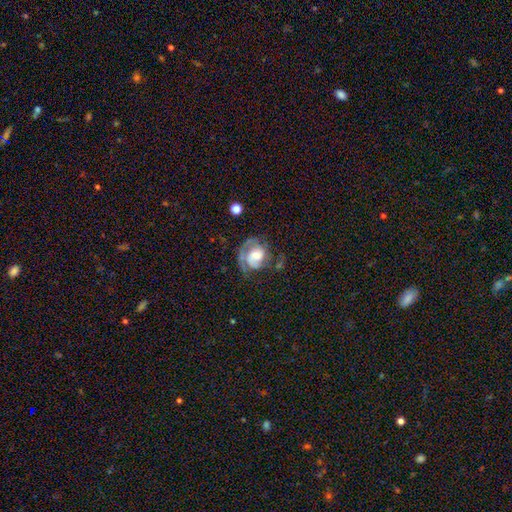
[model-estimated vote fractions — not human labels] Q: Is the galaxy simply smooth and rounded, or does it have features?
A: featured or disk — 74%.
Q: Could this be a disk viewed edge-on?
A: no — 98%.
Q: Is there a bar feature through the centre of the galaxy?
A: no — 58%.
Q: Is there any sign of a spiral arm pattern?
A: yes — 90%.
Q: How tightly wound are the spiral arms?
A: tight — 46%.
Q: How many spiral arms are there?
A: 2 — 46%.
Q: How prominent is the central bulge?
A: moderate — 47%.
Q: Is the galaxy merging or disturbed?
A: none — 50%.